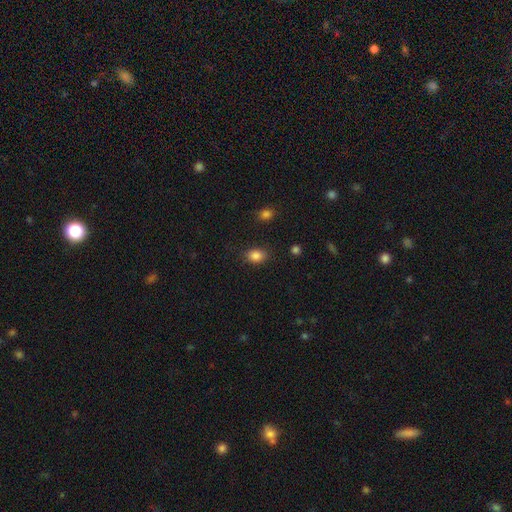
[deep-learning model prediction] Smooth or featured? smooth (85%)
How rounded? in between (72%)
Merging? none (83%)